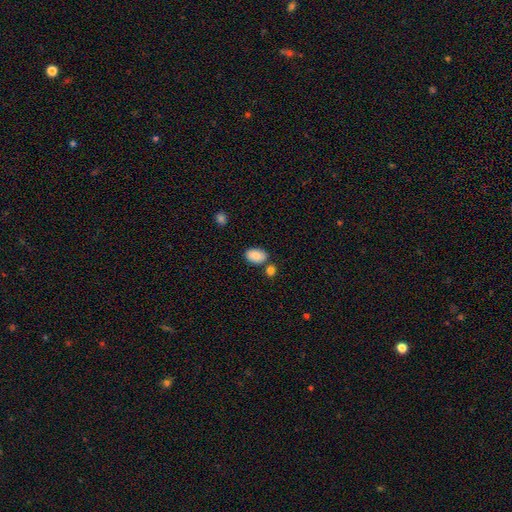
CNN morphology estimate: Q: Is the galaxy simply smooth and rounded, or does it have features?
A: smooth — 86%.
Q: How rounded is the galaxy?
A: in between — 89%.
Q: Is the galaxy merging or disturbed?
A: none — 71%.